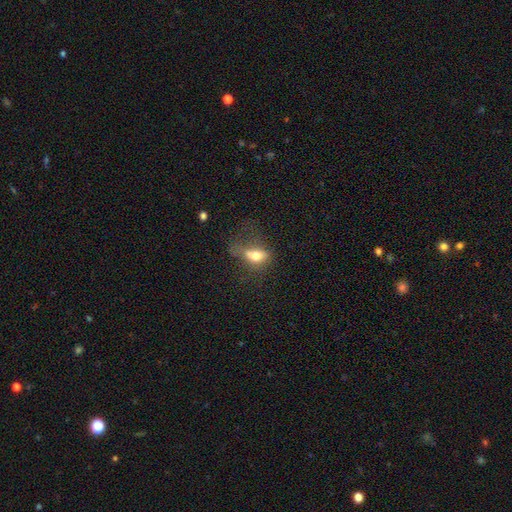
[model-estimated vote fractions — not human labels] Q: Smooth or featured?
A: smooth (66%); runner-up: featured or disk (22%)
Q: How rounded?
A: in between (67%); runner-up: round (28%)
Q: Merging?
A: major disturbance (35%); runner-up: merger (23%)